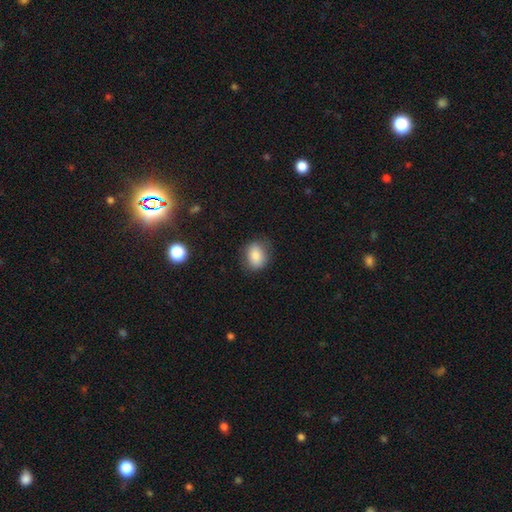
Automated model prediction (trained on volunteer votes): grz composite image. It shows a smooth galaxy with no disk features (84%) that is in between round and cigar-shaped (55%). Merging: none (78%).